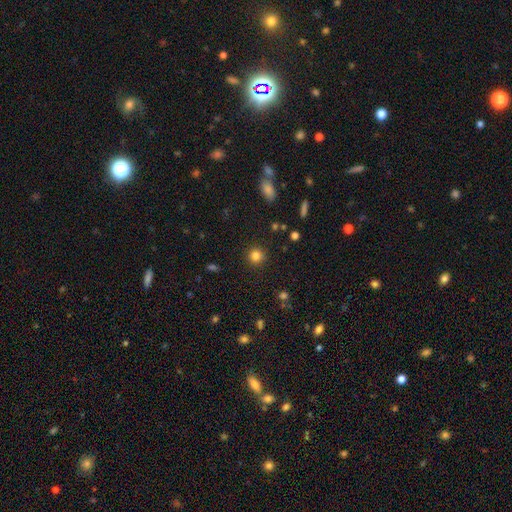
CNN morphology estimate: Q: Smooth or featured?
A: smooth (83%); runner-up: star or artifact (13%)
Q: How rounded?
A: round (92%); runner-up: in between (7%)
Q: Merging?
A: none (90%); runner-up: minor disturbance (6%)